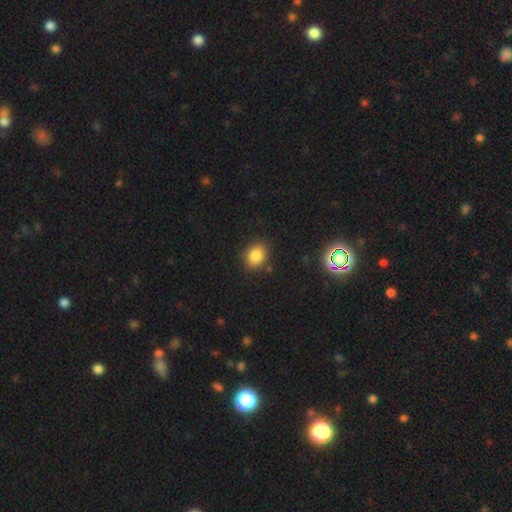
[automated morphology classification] smooth 84%, star or artifact 11%, featured or disk 5%. Down the decision tree: how rounded — in between (55%); merging — none (84%).